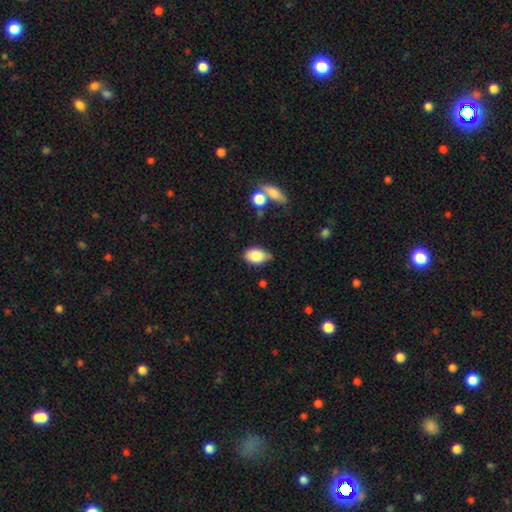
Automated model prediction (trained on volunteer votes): This is clearly a smooth galaxy (83%). How rounded: clearly in between (86%). Merging: likely none (65%).